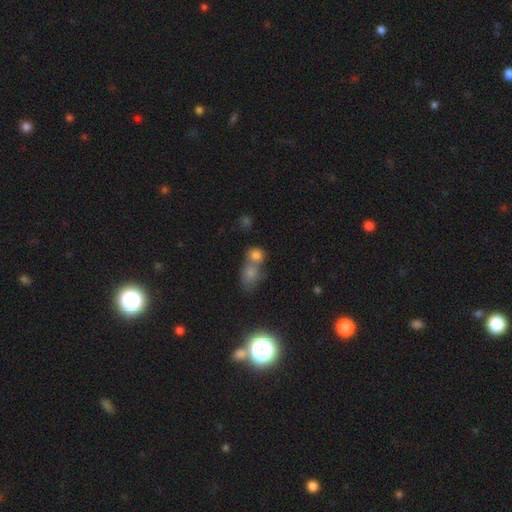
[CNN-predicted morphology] Smooth or featured: smooth — 78% (star or artifact — 13%)
How rounded: round — 65% (in between — 33%)
Merging: merger — 56% (none — 34%)